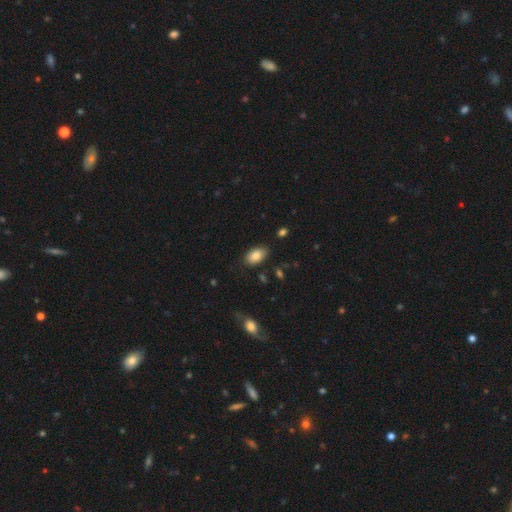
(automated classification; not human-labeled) smooth 85%, star or artifact 7%, featured or disk 7%. Down the decision tree: how rounded — in between (92%); merging — none (82%).